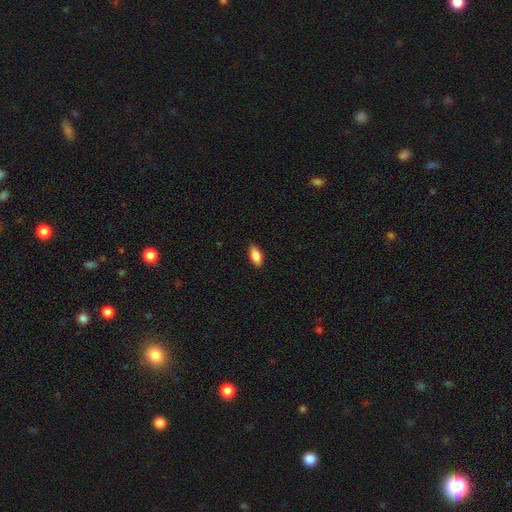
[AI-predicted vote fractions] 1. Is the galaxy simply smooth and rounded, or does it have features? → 82% smooth, 11% featured or disk, 7% star or artifact.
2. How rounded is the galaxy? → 84% in between, 13% cigar-shaped, 3% round.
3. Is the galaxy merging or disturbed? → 85% none, 12% minor disturbance, 2% major disturbance, 1% merger.